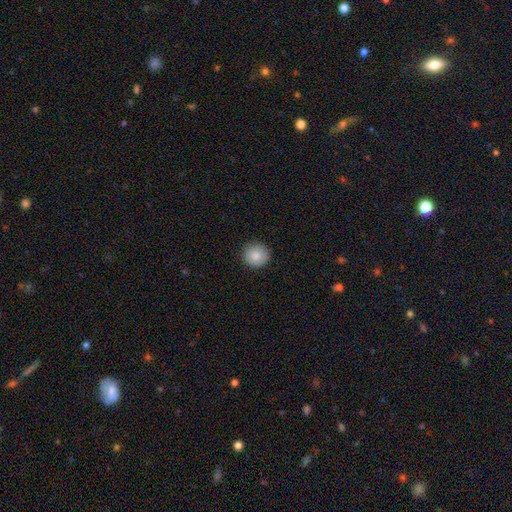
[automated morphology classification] Overall: smooth (87%). How rounded: round (93%). Merging: none (91%).